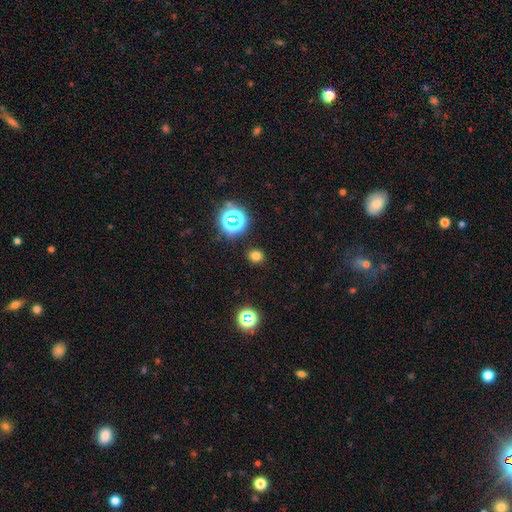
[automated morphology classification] type=smooth (71%); roundness=round (83%); merging=none (89%).